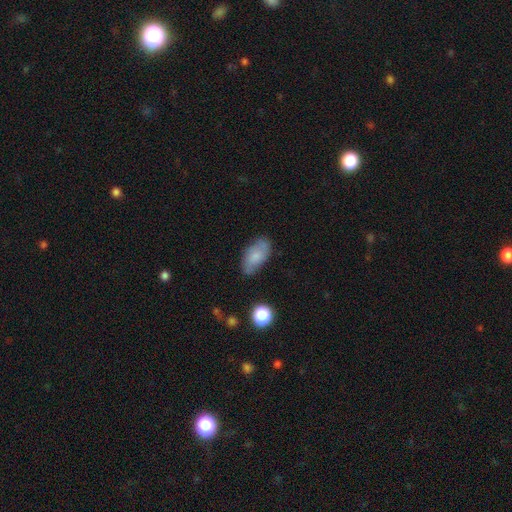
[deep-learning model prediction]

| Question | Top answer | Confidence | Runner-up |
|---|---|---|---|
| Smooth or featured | smooth | 69% | featured or disk (23%) |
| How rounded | in between | 92% | round (4%) |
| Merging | none | 72% | minor disturbance (21%) |